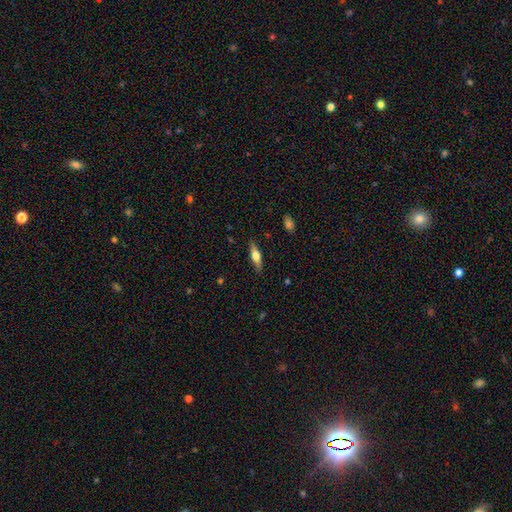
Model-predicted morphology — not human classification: A smooth galaxy with no disk features (49%). Merging: none (86%).